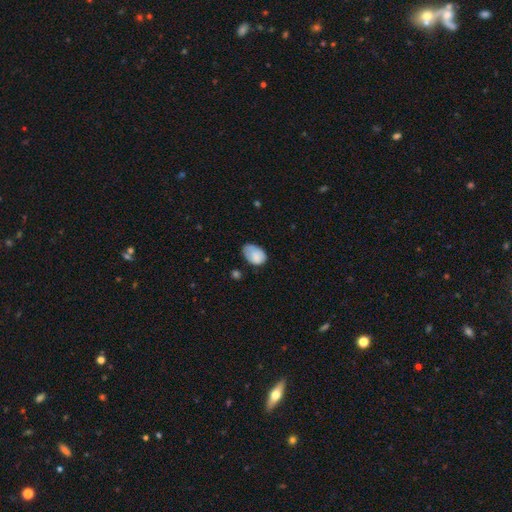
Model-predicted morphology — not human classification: This appears to be a smooth galaxy with no disk features (79%) that is in between round and cigar-shaped (83%). Merging: none (48%).